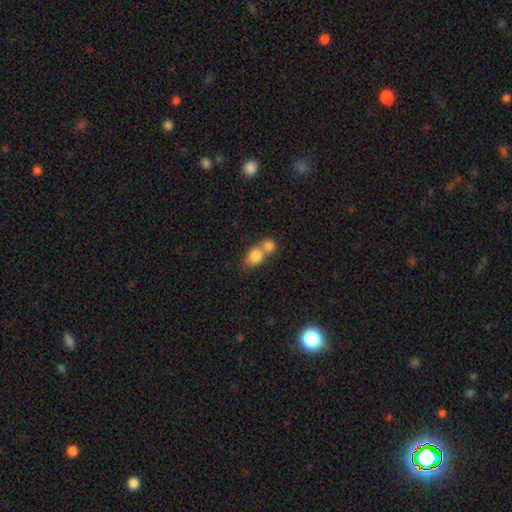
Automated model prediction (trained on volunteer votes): Smooth or featured: smooth — 81% (featured or disk — 11%)
How rounded: in between — 50% (round — 48%)
Merging: merger — 65% (none — 26%)